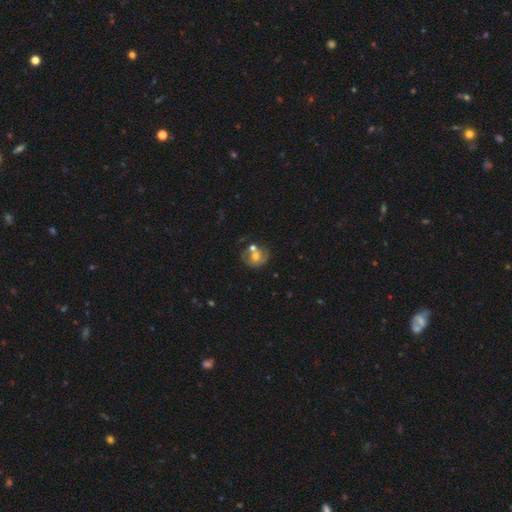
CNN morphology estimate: Overall: featured or disk (47%; smooth 43%). Merging: none (40%; merger 36%).